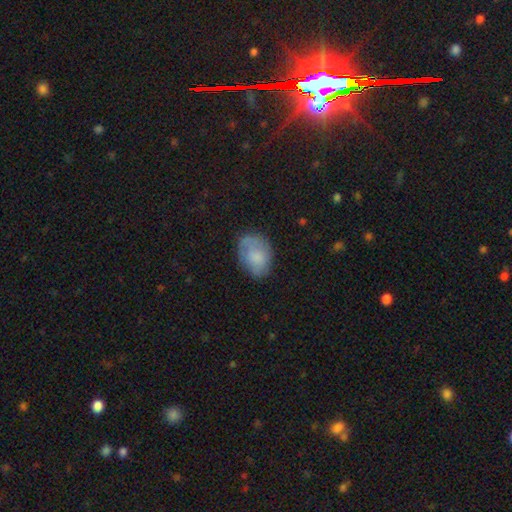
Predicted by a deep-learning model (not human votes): smooth 68%, featured or disk 24%, star or artifact 8%. Down the decision tree: how rounded — in between (77%); merging — none (62%).